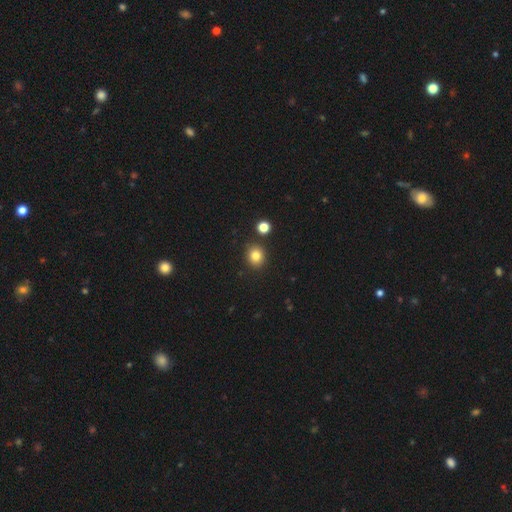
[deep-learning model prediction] Smooth or featured: smooth — 82% (star or artifact — 12%)
How rounded: round — 81% (in between — 19%)
Merging: none — 86% (minor disturbance — 7%)